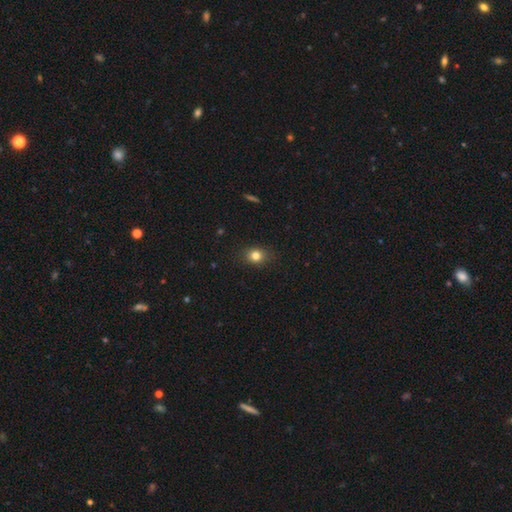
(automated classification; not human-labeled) Smooth or featured? smooth (80%)
How rounded? round (58%)
Merging? none (86%)